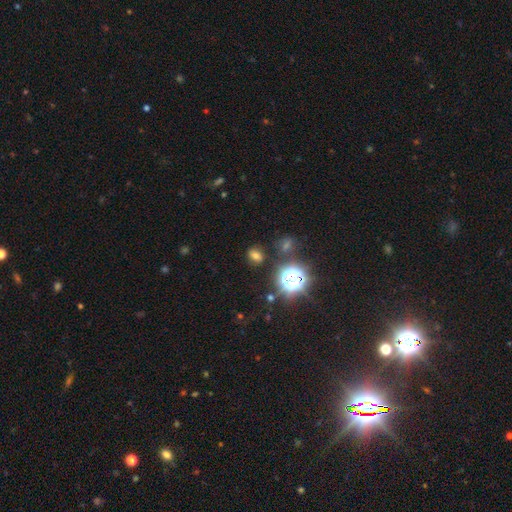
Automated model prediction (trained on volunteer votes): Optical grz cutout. It shows a smooth galaxy with no disk features (61%) that is in between round and cigar-shaped (56%). Merging: none (78%).